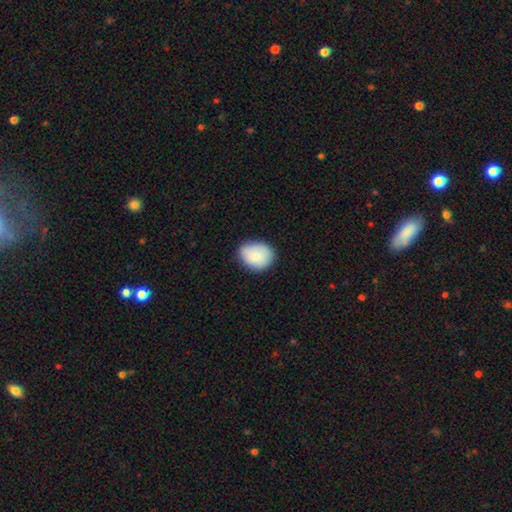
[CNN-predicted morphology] Smooth or featured: smooth — 85% (featured or disk — 8%)
How rounded: round — 52% (in between — 47%)
Merging: none — 75% (minor disturbance — 20%)